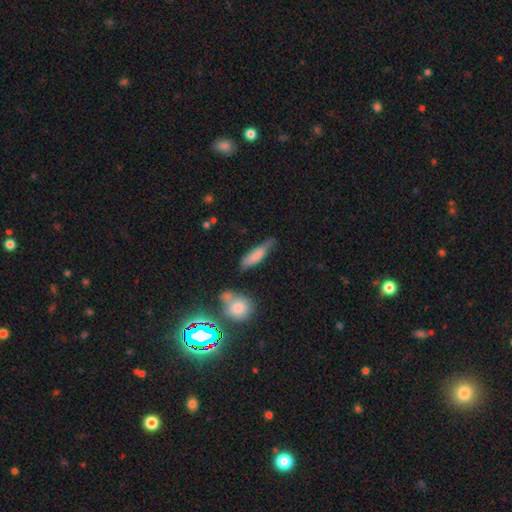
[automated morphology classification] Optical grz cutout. It shows a smooth galaxy with no disk features (75%) that is cigar-shaped (64%). Merging: none (58%).